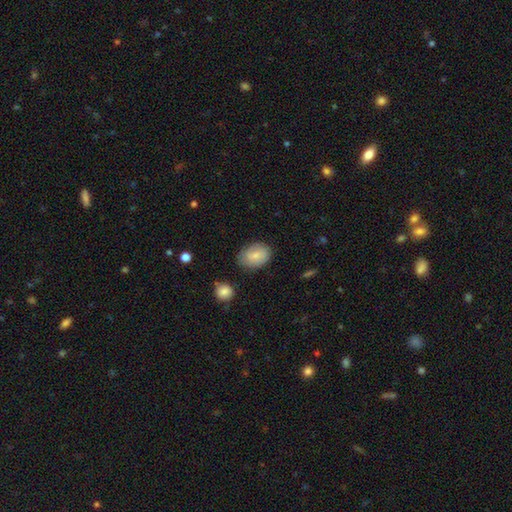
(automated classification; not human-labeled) smooth-or-featured: smooth: 78% | featured or disk: 15% | star or artifact: 7%
  how-rounded: in between: 69% | round: 29% | cigar-shaped: 1%
  merging: none: 73% | minor disturbance: 20% | major disturbance: 4% | merger: 2%